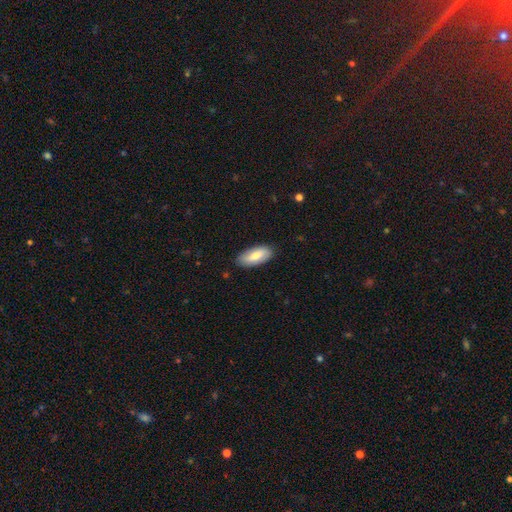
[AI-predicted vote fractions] Smooth or featured?
  - smooth: 73% *
  - featured or disk: 21%
  - star or artifact: 6%
How rounded?
  - in between: 87% *
  - cigar-shaped: 11%
  - round: 2%
Merging?
  - none: 86% *
  - minor disturbance: 11%
  - major disturbance: 2%
  - merger: 1%